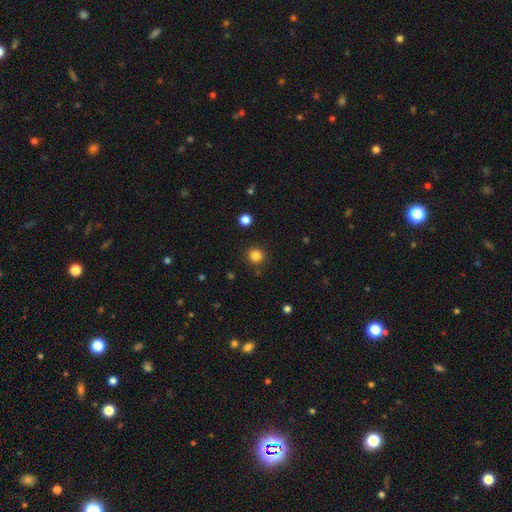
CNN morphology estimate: Smooth or featured?
  - smooth: 84% *
  - star or artifact: 12%
  - featured or disk: 3%
How rounded?
  - round: 93% *
  - in between: 6%
  - cigar-shaped: 1%
Merging?
  - none: 90% *
  - minor disturbance: 6%
  - major disturbance: 2%
  - merger: 2%